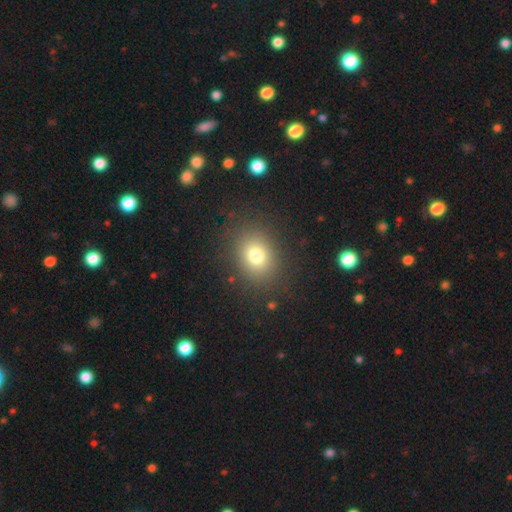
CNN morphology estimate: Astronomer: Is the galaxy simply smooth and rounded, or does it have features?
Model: smooth — 75%.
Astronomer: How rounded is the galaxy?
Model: round — 55% (runner-up: in between, 44%).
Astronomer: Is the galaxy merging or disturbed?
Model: none — 86%.